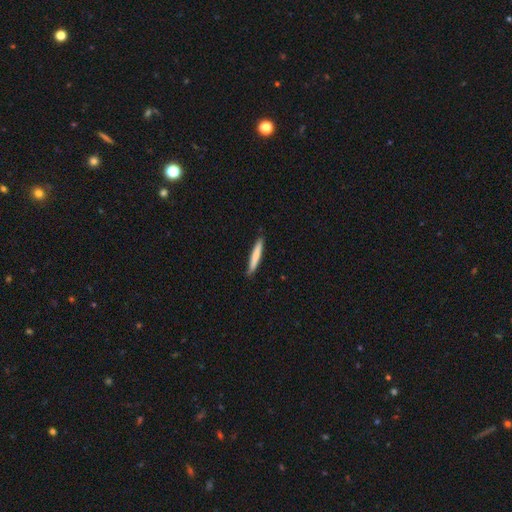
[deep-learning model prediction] A smooth galaxy with no disk features (76%) that is cigar-shaped (95%). Merging: none (89%).